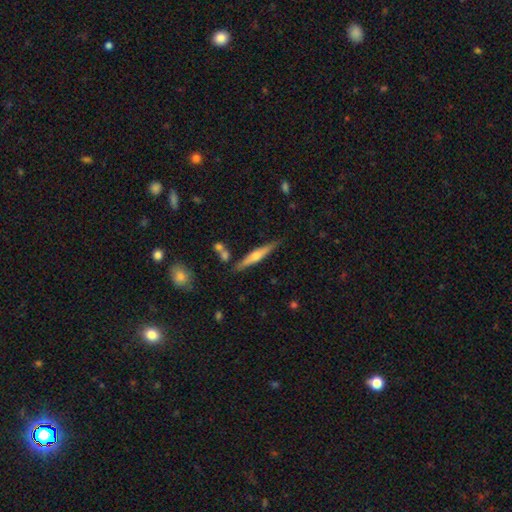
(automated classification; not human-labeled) smooth-or-featured: featured or disk: 58% | smooth: 36% | star or artifact: 6%
  disk-edge-on: yes: 95% | no: 5%
    edge-on-bulge: rounded: 84% | none: 9% | boxy: 7%
  merging: none: 82% | minor disturbance: 11% | merger: 5% | major disturbance: 2%